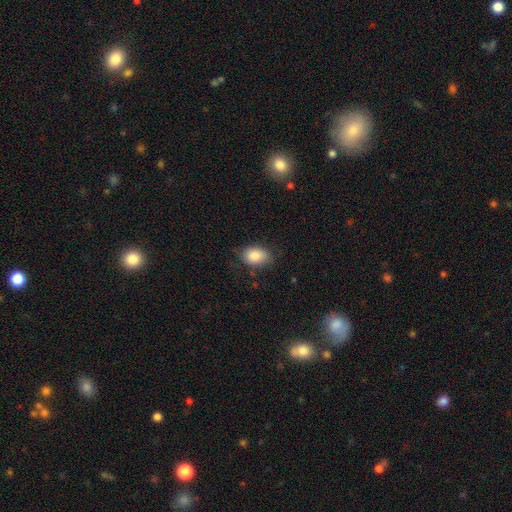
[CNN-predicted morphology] Smooth or featured? Predicted: smooth (p=0.86). How rounded? Predicted: in between (p=0.81). Merging? Predicted: none (p=0.75).